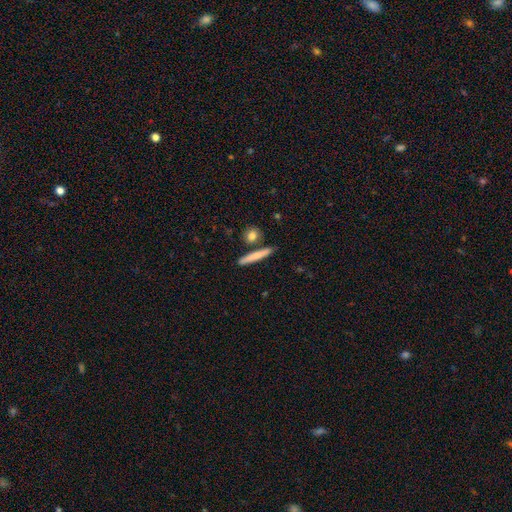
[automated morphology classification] Q: Smooth or featured?
A: smooth (73%); runner-up: featured or disk (21%)
Q: How rounded?
A: cigar-shaped (90%); runner-up: in between (6%)
Q: Merging?
A: none (83%); runner-up: minor disturbance (9%)